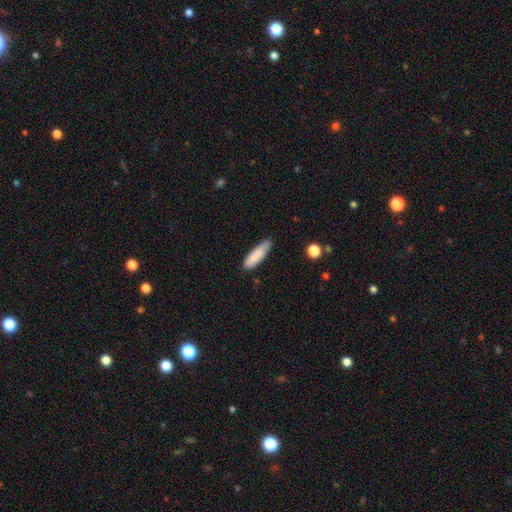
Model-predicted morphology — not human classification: smooth 85%, featured or disk 9%, star or artifact 6%. Down the decision tree: how rounded — cigar-shaped (61%); merging — none (75%).